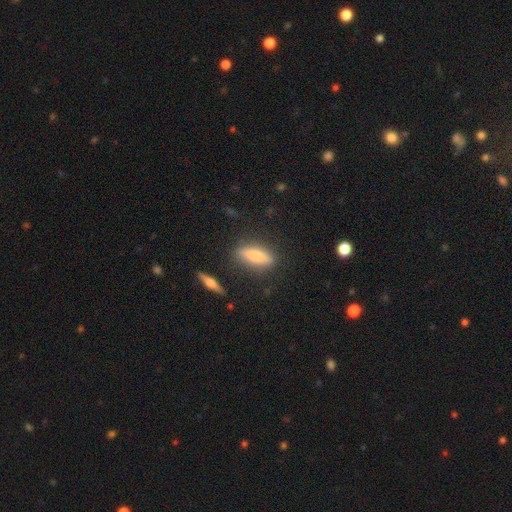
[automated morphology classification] This appears to be a smooth galaxy with no disk features (69%) that is in between round and cigar-shaped (49%). Merging: none (80%).